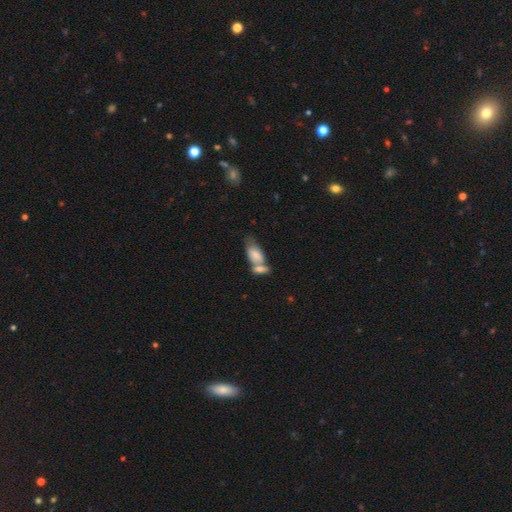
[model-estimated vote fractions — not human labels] Smooth or featured? Predicted: smooth (p=0.78). How rounded? Predicted: in between (p=0.88). Merging? Predicted: merger (p=0.60).